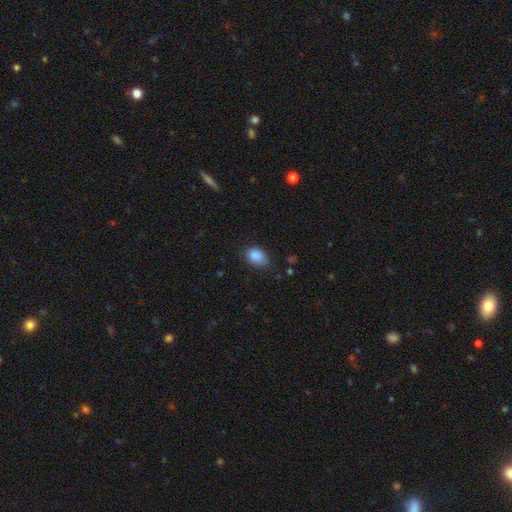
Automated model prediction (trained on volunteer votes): A smooth galaxy with no disk features (87%) that is in between round and cigar-shaped (78%). Merging: none (67%).